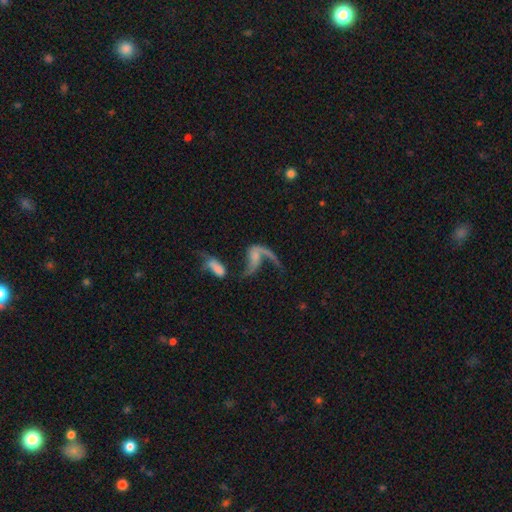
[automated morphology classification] A featured or disk galaxy (70%) with no bar (64%), spiral arms (74%) and no central bulge (46%).

Vote fractions:
- Smooth or featured? featured or disk: 70% / smooth: 20% / star or artifact: 10%
- Edge-on disk? no: 95% / yes: 5%
- Bar? no: 64% / weak: 25% / strong: 12%
- Spiral arms? yes: 74% / no: 26%
- Bulge size? none: 46% / small: 30% / moderate: 17% / large: 5% / dominant: 2%
- Merging? merger: 39% / major disturbance: 32% / none: 20% / minor disturbance: 9%